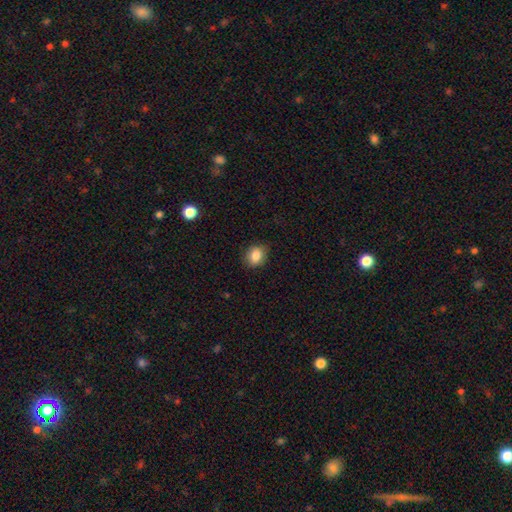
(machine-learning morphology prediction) smooth 85%, star or artifact 9%, featured or disk 6%. Down the decision tree: how rounded — round (53%); merging — none (85%).